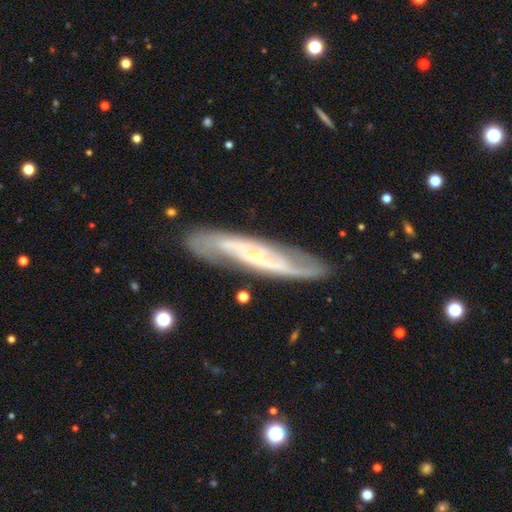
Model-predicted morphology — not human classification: Smooth or featured: featured or disk — 81% (smooth — 13%)
Edge-on disk: no — 66% (yes — 34%)
Bar: no — 48% (weak — 32%)
Spiral arms: yes — 90% (no — 10%)
Bulge size: small — 81% (moderate — 14%)
Merging: none — 81% (minor disturbance — 13%)